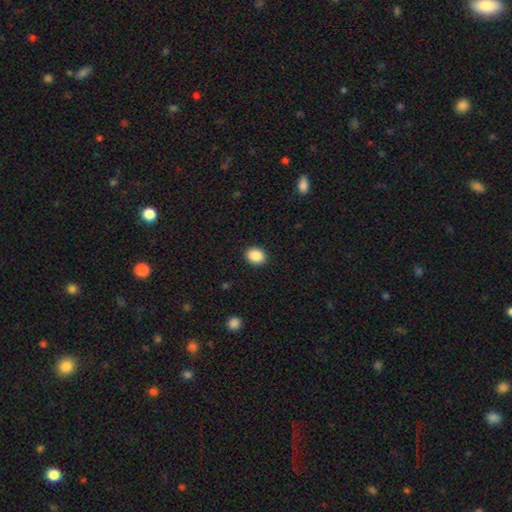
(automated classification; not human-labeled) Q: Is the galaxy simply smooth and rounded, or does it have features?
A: smooth — 88%.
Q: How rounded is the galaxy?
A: round — 52%.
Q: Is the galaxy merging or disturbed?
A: none — 91%.